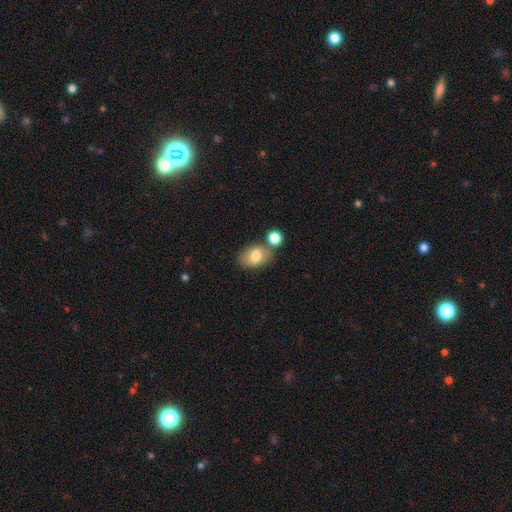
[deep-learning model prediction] smooth 78%, featured or disk 14%, star or artifact 8%. Down the decision tree: how rounded — in between (80%); merging — none (60%).